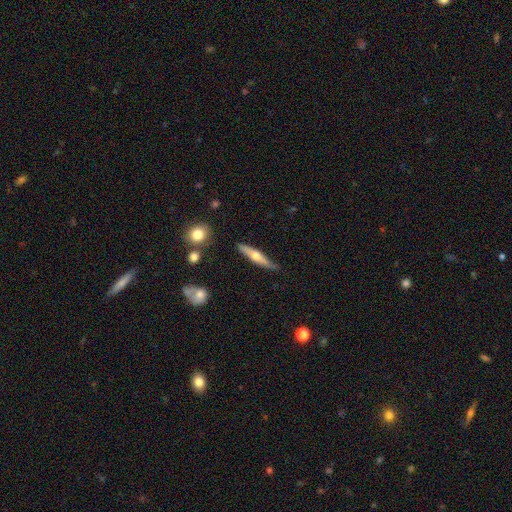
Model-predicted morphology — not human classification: featured or disk 54%, smooth 40%, star or artifact 6%. Down the decision tree: edge-on disk — yes (93%); edge-on bulge — rounded (91%); merging — none (79%).